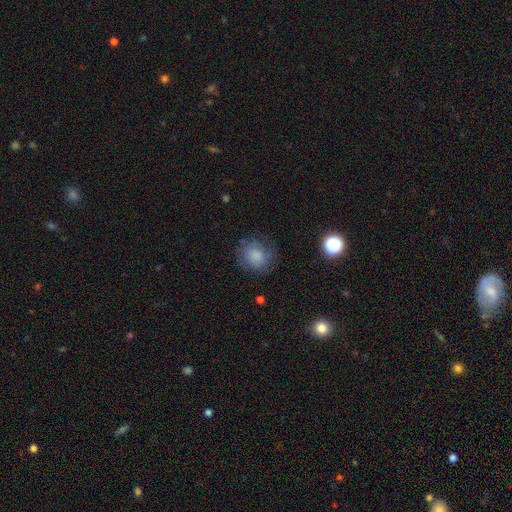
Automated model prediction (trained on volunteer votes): A smooth galaxy with no disk features (75%) that is round (81%). Merging: none (71%).